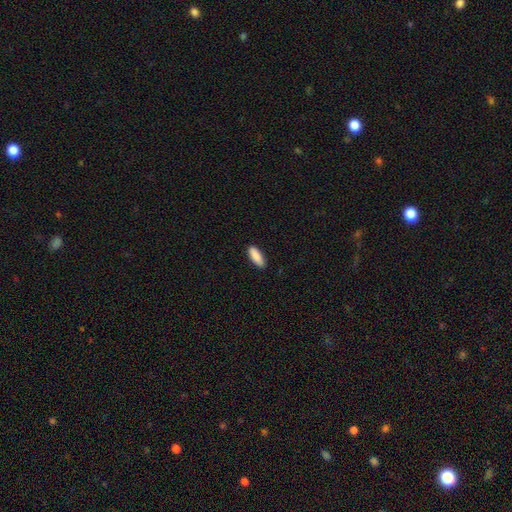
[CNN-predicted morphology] Smooth or featured?
  - smooth: 90% *
  - star or artifact: 6%
  - featured or disk: 4%
How rounded?
  - in between: 68% *
  - cigar-shaped: 30%
  - round: 2%
Merging?
  - none: 88% *
  - minor disturbance: 9%
  - major disturbance: 2%
  - merger: 1%